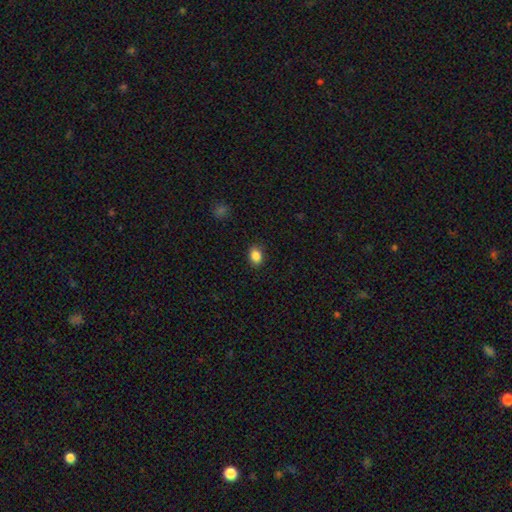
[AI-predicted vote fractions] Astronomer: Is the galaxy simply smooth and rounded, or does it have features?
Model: smooth — 87%.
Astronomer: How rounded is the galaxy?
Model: in between — 67%.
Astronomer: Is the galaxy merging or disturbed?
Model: none — 88%.